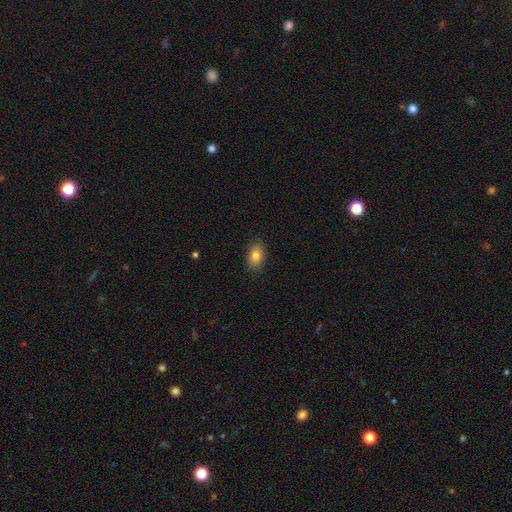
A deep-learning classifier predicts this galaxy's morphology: smooth_or_featured: smooth (p=0.83) [alt: featured or disk p=0.09]
how_rounded: in between (p=0.88) [alt: round p=0.11]
merging: none (p=0.87) [alt: minor disturbance p=0.10]